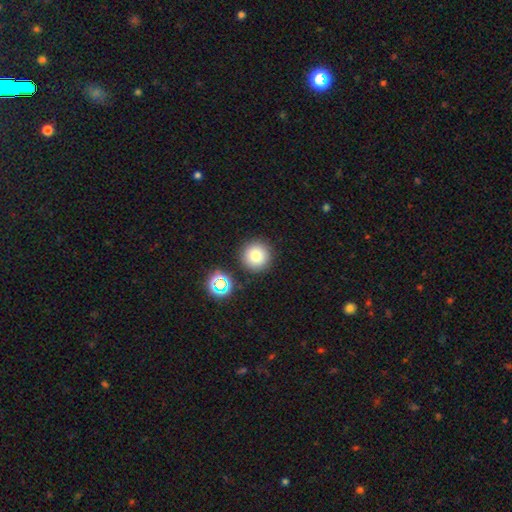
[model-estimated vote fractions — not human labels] Smooth or featured: smooth — 78% (star or artifact — 14%)
How rounded: round — 96% (in between — 3%)
Merging: none — 87% (minor disturbance — 6%)